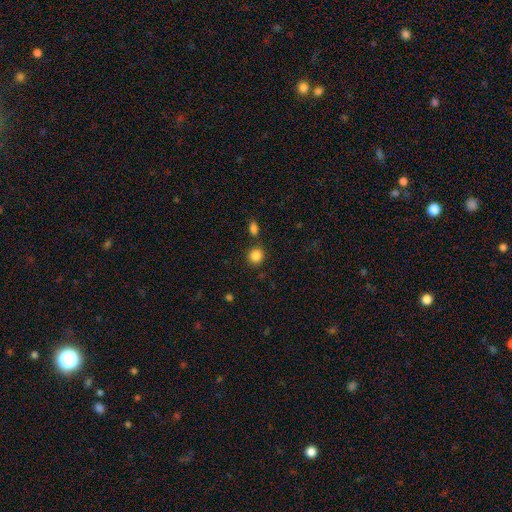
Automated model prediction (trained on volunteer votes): Morphology: type=smooth (86%); roundness=round (86%); merging=none (80%).